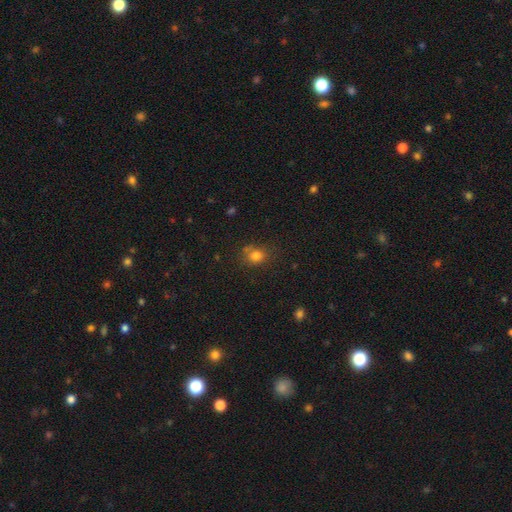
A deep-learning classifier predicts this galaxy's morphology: smooth-or-featured: smooth: 79% | star or artifact: 14% | featured or disk: 7%
  how-rounded: round: 60% | in between: 39% | cigar-shaped: 1%
  merging: none: 68% | minor disturbance: 19% | merger: 6% | major disturbance: 6%